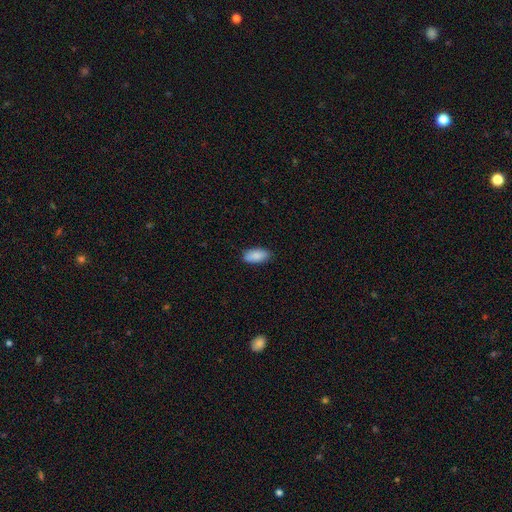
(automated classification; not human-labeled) This appears to be a smooth galaxy with no disk features (88%) that is in between round and cigar-shaped (91%). Merging: none (82%).